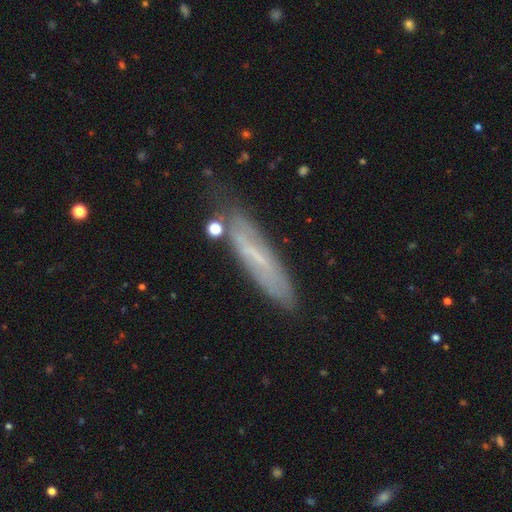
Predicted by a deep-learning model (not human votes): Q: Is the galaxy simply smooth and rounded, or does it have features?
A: featured or disk — 49%.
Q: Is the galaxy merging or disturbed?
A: none — 66%.